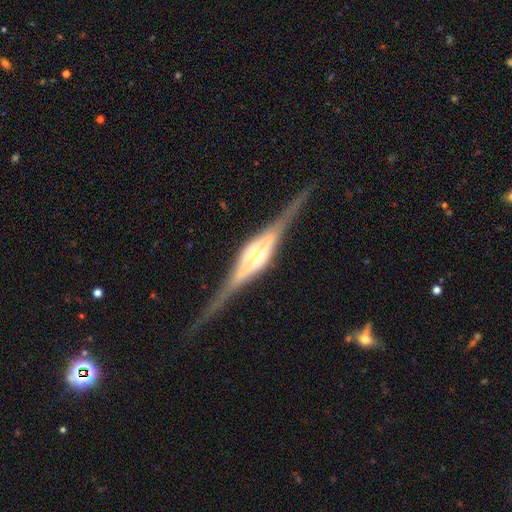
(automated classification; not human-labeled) Smooth or featured: featured or disk — 89% (smooth — 6%)
Edge-on disk: yes — 98% (no — 2%)
Edge-on bulge: rounded — 63% (boxy — 33%)
Merging: none — 83% (minor disturbance — 12%)